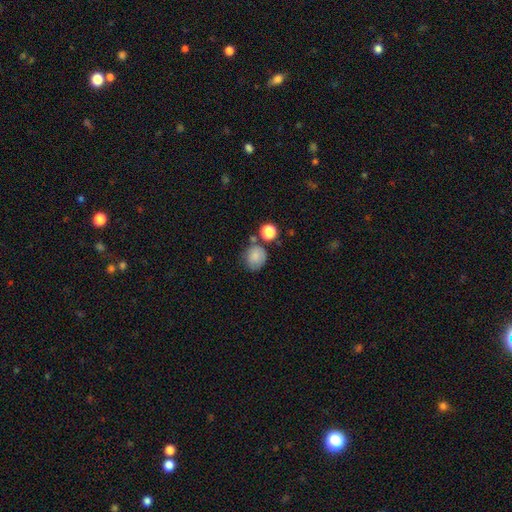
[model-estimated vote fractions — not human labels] Smooth or featured? smooth (82%)
How rounded? round (71%)
Merging? none (60%)